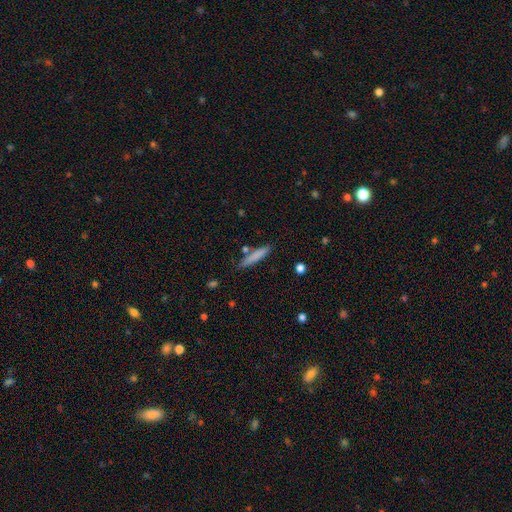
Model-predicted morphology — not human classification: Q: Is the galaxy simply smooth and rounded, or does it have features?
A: smooth — 79%.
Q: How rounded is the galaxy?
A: cigar-shaped — 90%.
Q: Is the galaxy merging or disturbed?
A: none — 82%.